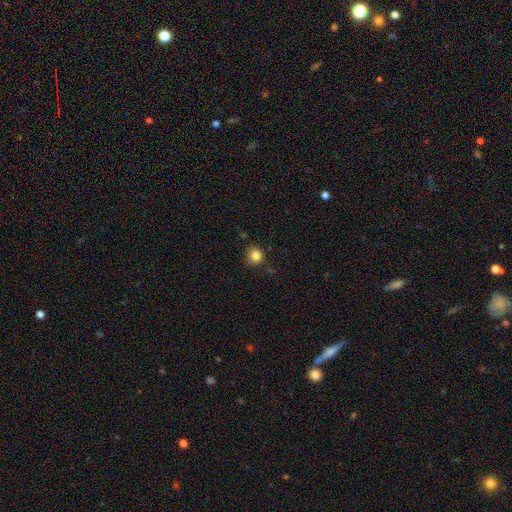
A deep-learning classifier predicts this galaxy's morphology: Smooth or featured?
  - smooth: 83% *
  - star or artifact: 12%
  - featured or disk: 5%
How rounded?
  - round: 88% *
  - in between: 11%
  - cigar-shaped: 1%
Merging?
  - none: 79% *
  - minor disturbance: 15%
  - major disturbance: 4%
  - merger: 3%